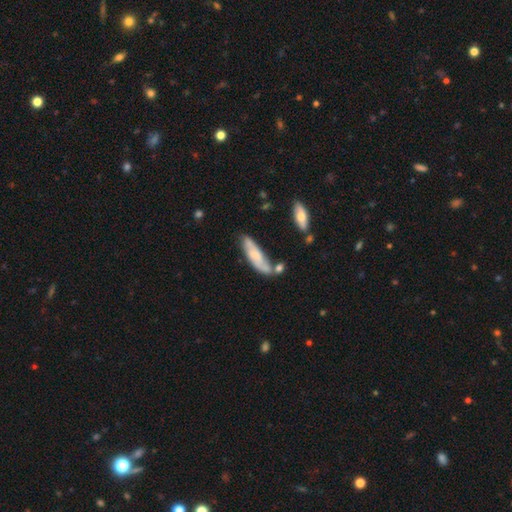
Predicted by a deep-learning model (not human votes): Q: Smooth or featured?
A: smooth (55%); runner-up: featured or disk (38%)
Q: How rounded?
A: cigar-shaped (56%); runner-up: in between (42%)
Q: Merging?
A: none (50%); runner-up: minor disturbance (24%)